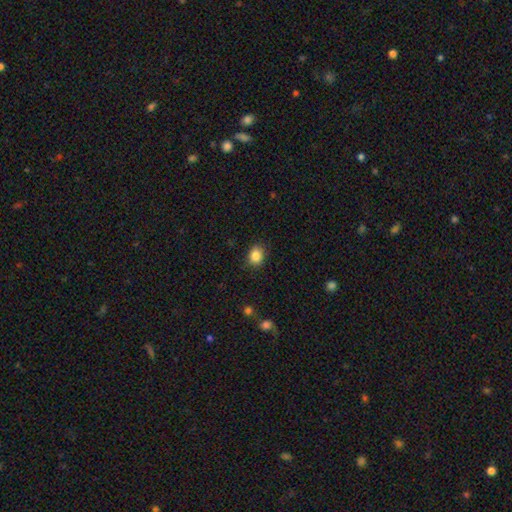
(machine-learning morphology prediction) Smooth or featured: smooth — 86% (star or artifact — 9%)
How rounded: in between — 51% (round — 48%)
Merging: none — 85% (minor disturbance — 11%)